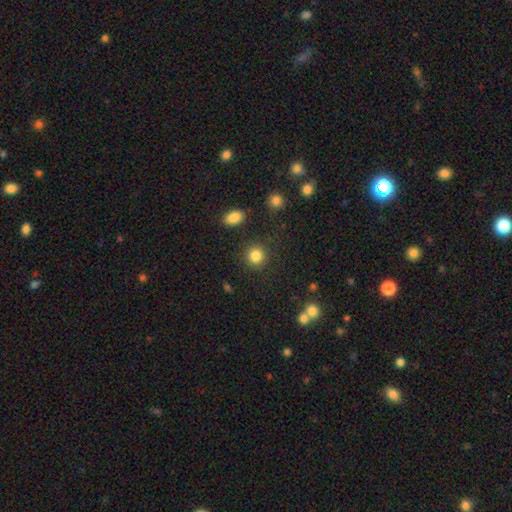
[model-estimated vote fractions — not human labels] The model was most divided on "smooth or featured": smooth: 85%, star or artifact: 10%, featured or disk: 5%. More confident: how rounded — round (89%); merging — none (88%).